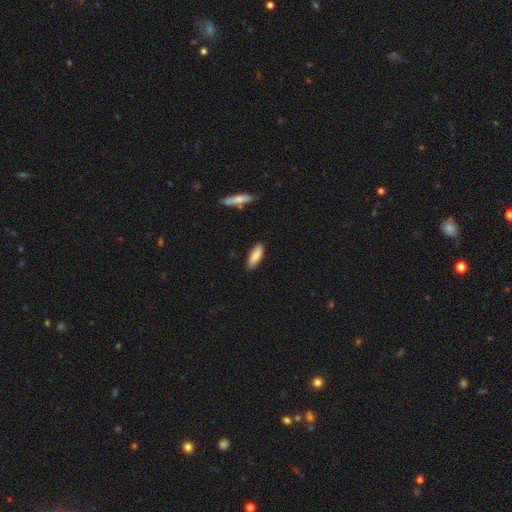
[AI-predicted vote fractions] Overall: smooth (85%). How rounded: in between (63%; cigar-shaped 36%). Merging: none (83%).